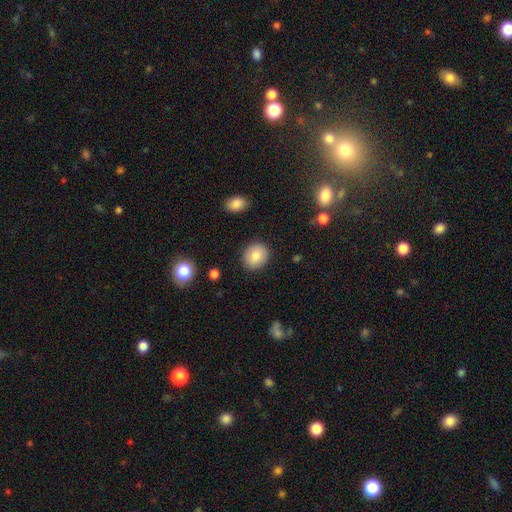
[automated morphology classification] Smooth or featured? smooth (82%)
How rounded? round (73%)
Merging? none (89%)